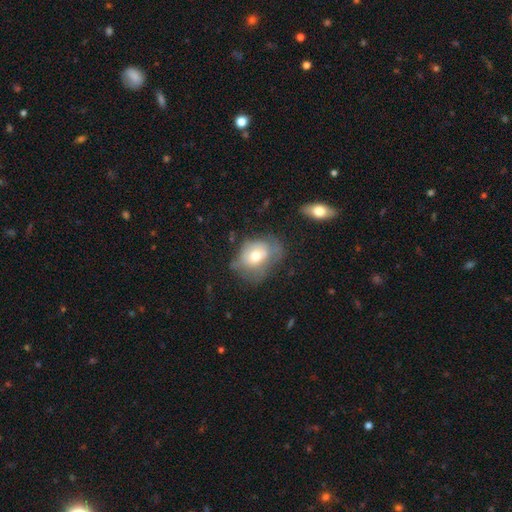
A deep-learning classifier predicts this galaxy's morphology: Smooth or featured?
  - smooth: 61% *
  - featured or disk: 30%
  - star or artifact: 9%
How rounded?
  - in between: 61% *
  - round: 38%
  - cigar-shaped: 1%
Merging?
  - none: 38% *
  - minor disturbance: 33%
  - major disturbance: 25%
  - merger: 4%